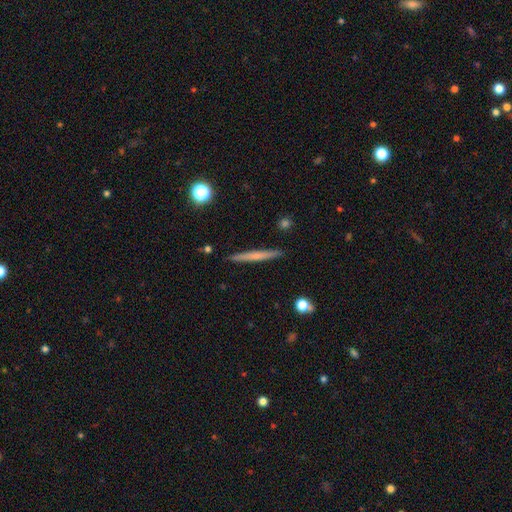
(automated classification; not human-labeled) Smooth or featured? Predicted: smooth (p=0.53). How rounded? Predicted: cigar-shaped (p=0.96). Merging? Predicted: none (p=0.91).